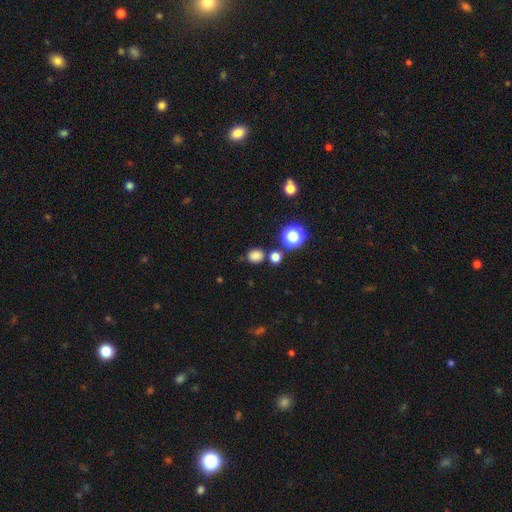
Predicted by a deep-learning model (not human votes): smooth-or-featured: smooth: 78% | star or artifact: 17% | featured or disk: 5%
  how-rounded: round: 71% | in between: 28% | cigar-shaped: 1%
  merging: none: 76% | minor disturbance: 12% | merger: 9% | major disturbance: 4%